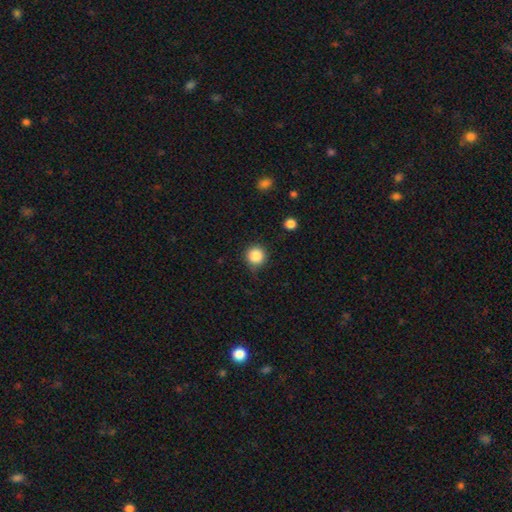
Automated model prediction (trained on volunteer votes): smooth-or-featured: smooth: 86% | star or artifact: 10% | featured or disk: 4%
  how-rounded: round: 94% | in between: 5% | cigar-shaped: 1%
  merging: none: 83% | minor disturbance: 12% | major disturbance: 3% | merger: 2%